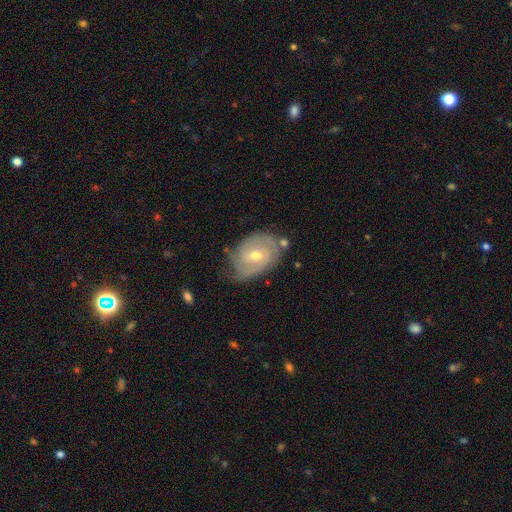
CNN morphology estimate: Smooth or featured: featured or disk — 80% (smooth — 14%)
Edge-on disk: no — 96% (yes — 4%)
Bar: weak — 51% (no — 40%)
Spiral arms: yes — 93% (no — 7%)
Spiral winding: tight — 61% (medium — 31%)
Spiral arm count: 2 — 51% (can't tell — 24%)
Bulge size: moderate — 57% (small — 40%)
Merging: none — 64% (minor disturbance — 24%)